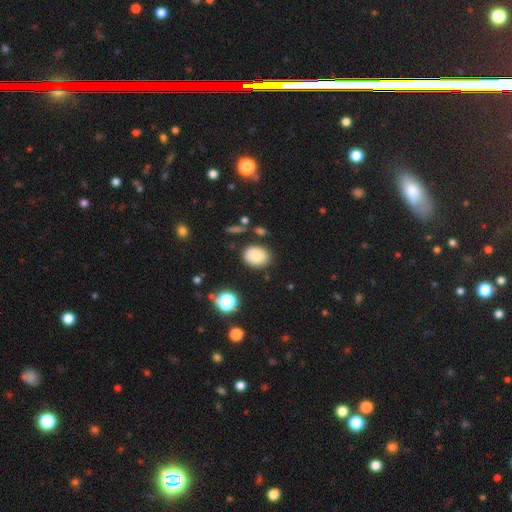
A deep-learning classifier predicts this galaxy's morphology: Smooth or featured: smooth — 82% (star or artifact — 10%)
How rounded: in between — 64% (round — 35%)
Merging: none — 80% (minor disturbance — 13%)